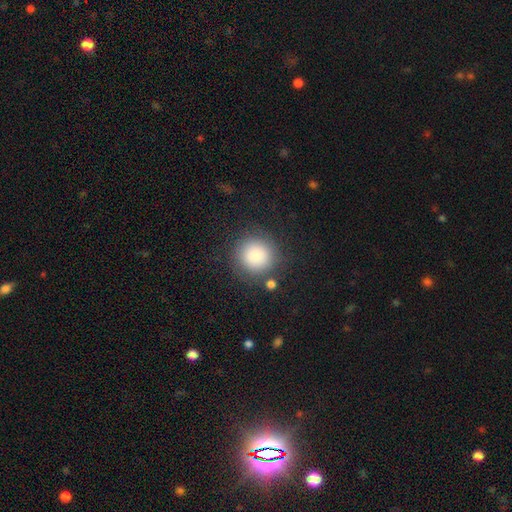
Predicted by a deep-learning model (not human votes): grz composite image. It shows a smooth galaxy with no disk features (86%) that is round (93%). Merging: none (82%).